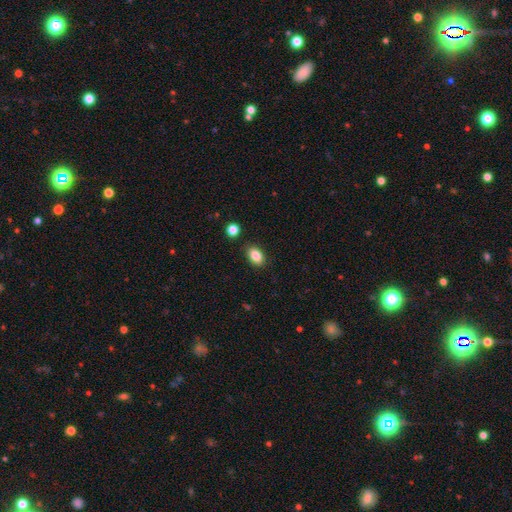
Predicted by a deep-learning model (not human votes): A smooth galaxy with no disk features (86%) that is in between round and cigar-shaped (85%). Merging: none (87%).